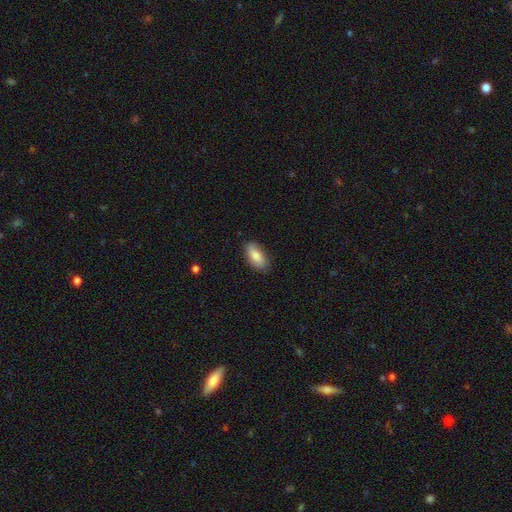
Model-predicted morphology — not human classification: Smooth or featured?
  - smooth: 81% *
  - featured or disk: 12%
  - star or artifact: 6%
How rounded?
  - in between: 89% *
  - cigar-shaped: 9%
  - round: 3%
Merging?
  - none: 84% *
  - minor disturbance: 13%
  - major disturbance: 2%
  - merger: 1%